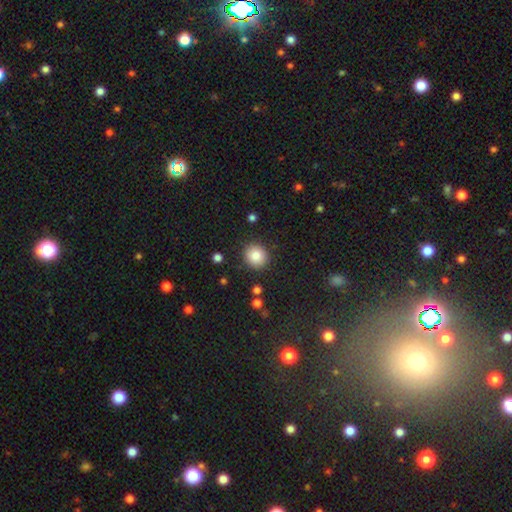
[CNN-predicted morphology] This is clearly a smooth galaxy (84%). How rounded: clearly round (86%). Merging: clearly none (89%).